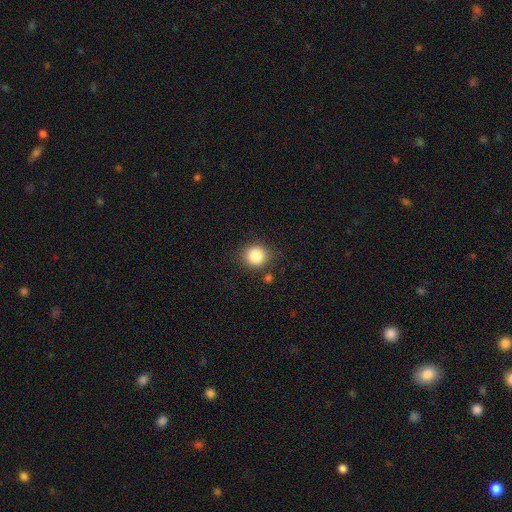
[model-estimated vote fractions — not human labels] This is clearly a smooth galaxy (85%). How rounded: clearly round (87%). Merging: clearly none (81%).